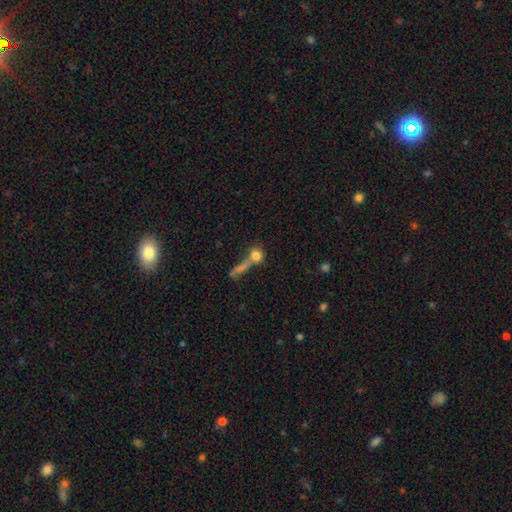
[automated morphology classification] smooth 74%, featured or disk 15%, star or artifact 11%. Down the decision tree: how rounded — round (67%); merging — merger (45%).